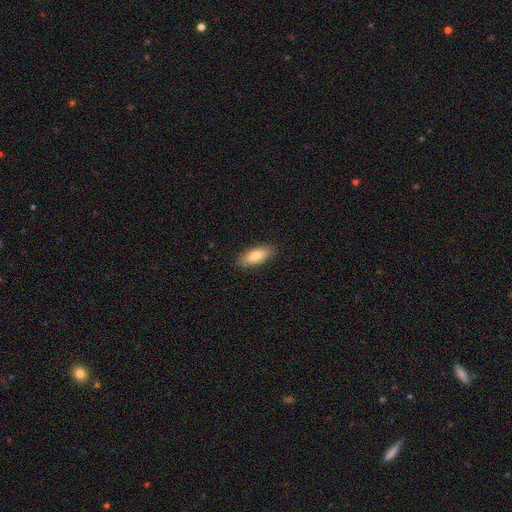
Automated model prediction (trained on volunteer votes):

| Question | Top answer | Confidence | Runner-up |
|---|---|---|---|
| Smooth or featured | smooth | 82% | featured or disk (12%) |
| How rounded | in between | 76% | cigar-shaped (22%) |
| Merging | none | 88% | minor disturbance (9%) |